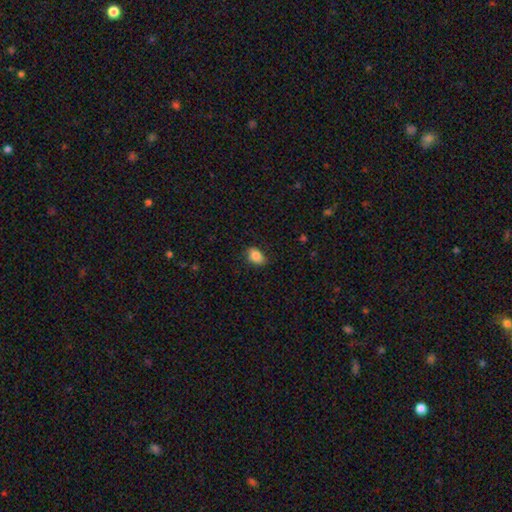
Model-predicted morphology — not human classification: Smooth or featured? Predicted: smooth (p=0.85). How rounded? Predicted: in between (p=0.85). Merging? Predicted: none (p=0.81).